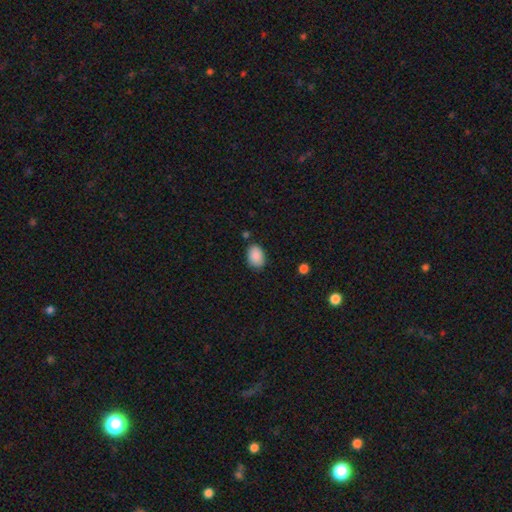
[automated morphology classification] smooth 89%, star or artifact 7%, featured or disk 3%. Down the decision tree: how rounded — in between (83%); merging — none (79%).